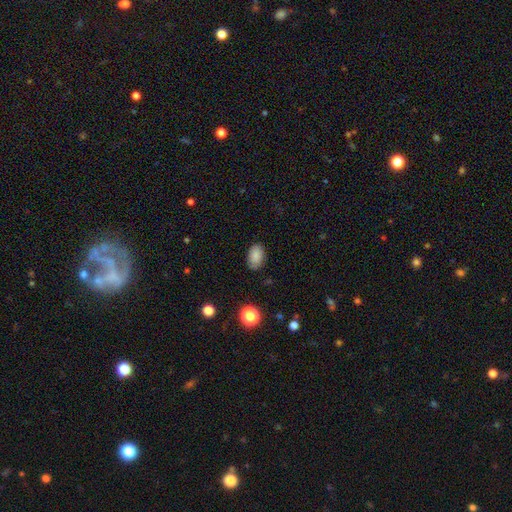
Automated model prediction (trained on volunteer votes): Overall: smooth (87%). How rounded: in between (90%). Merging: none (84%).